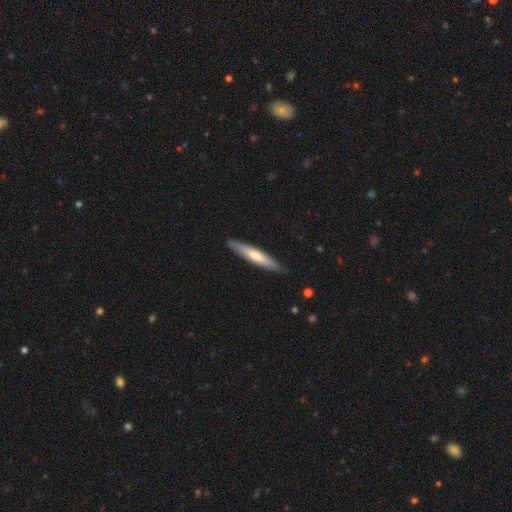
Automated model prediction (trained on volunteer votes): smooth-or-featured: smooth: 60% | featured or disk: 35% | star or artifact: 5%
  how-rounded: cigar-shaped: 91% | in between: 8% | round: 1%
  merging: none: 87% | minor disturbance: 10% | major disturbance: 2% | merger: 1%